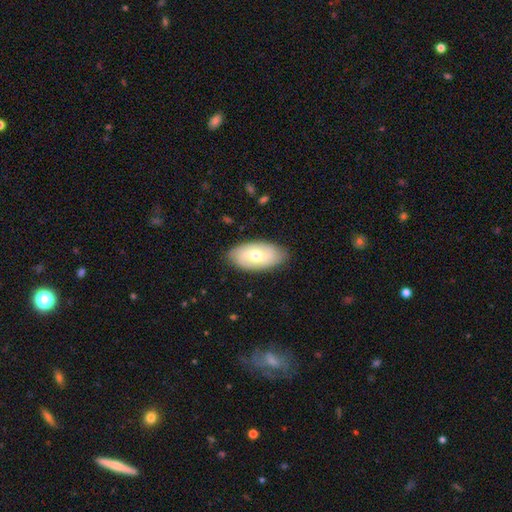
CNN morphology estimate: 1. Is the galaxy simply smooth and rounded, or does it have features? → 53% featured or disk, 41% smooth, 6% star or artifact.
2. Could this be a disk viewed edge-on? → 91% no, 9% yes.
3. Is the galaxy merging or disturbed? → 84% none, 12% minor disturbance, 3% major disturbance, 1% merger.